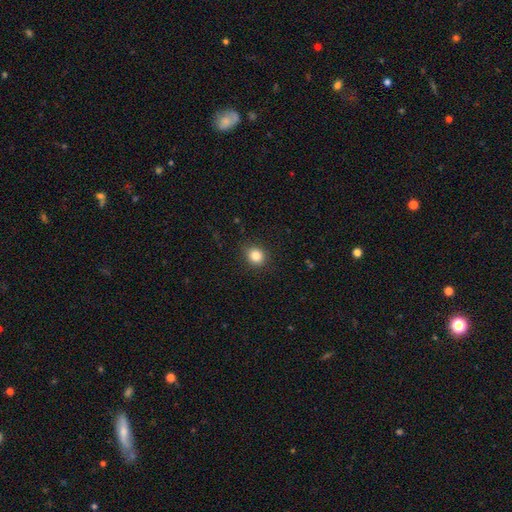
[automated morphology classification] This is clearly a smooth galaxy (84%). How rounded: likely round (74%). Merging: clearly none (87%).